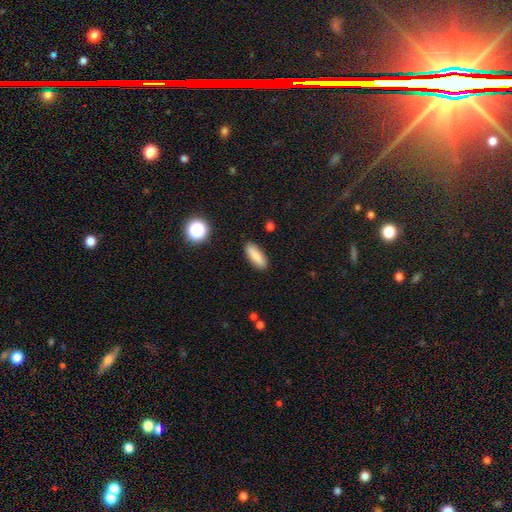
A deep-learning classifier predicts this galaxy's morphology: This appears to be a smooth galaxy with no disk features (85%) that is in between round and cigar-shaped (53%). Merging: none (89%).